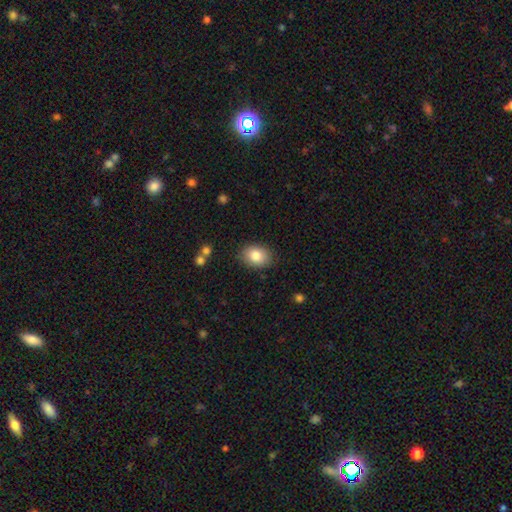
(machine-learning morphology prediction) A smooth galaxy with no disk features (83%) that is in between round and cigar-shaped (67%).

Vote fractions:
- Smooth or featured? smooth: 83% / featured or disk: 9% / star or artifact: 8%
- How rounded? in between: 67% / round: 32% / cigar-shaped: 1%
- Merging? none: 86% / minor disturbance: 10% / major disturbance: 2% / merger: 1%